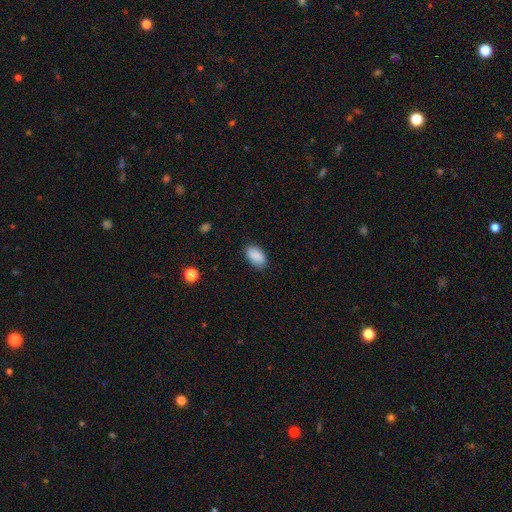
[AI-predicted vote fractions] A smooth galaxy with no disk features (89%) that is in between round and cigar-shaped (93%).

Vote fractions:
- Smooth or featured? smooth: 89% / star or artifact: 7% / featured or disk: 4%
- How rounded? in between: 93% / round: 5% / cigar-shaped: 2%
- Merging? none: 85% / minor disturbance: 11% / major disturbance: 3% / merger: 1%